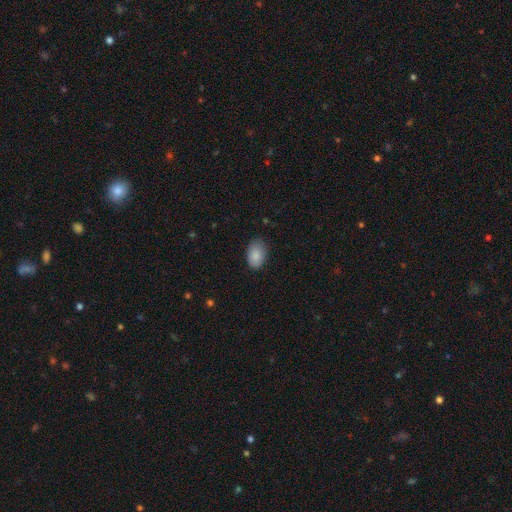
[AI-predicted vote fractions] Smooth or featured: smooth — 86% (star or artifact — 7%)
How rounded: in between — 90% (round — 9%)
Merging: none — 78% (minor disturbance — 18%)